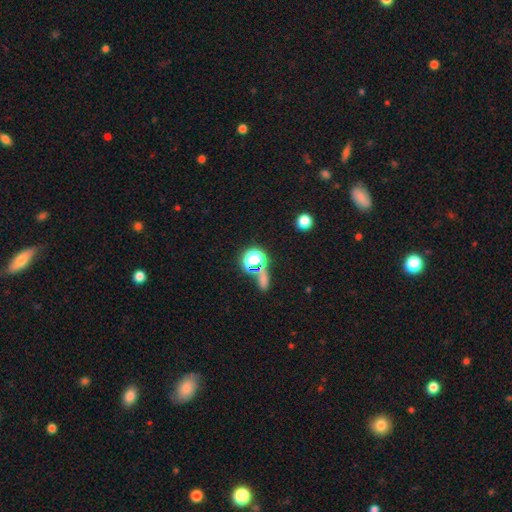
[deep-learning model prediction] This appears to be a star or artifact, not a galaxy (45%).